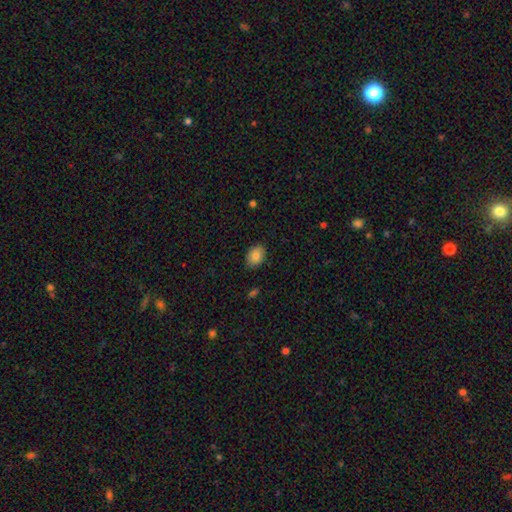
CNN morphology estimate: smooth 85%, star or artifact 8%, featured or disk 7%. Down the decision tree: how rounded — in between (76%); merging — none (87%).